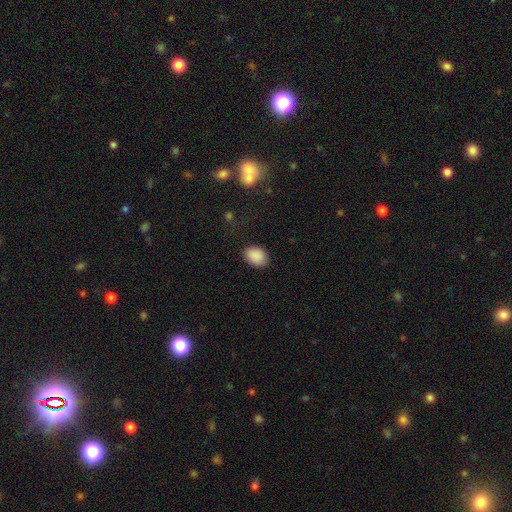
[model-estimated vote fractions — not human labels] This is clearly a smooth galaxy (89%). How rounded: likely in between (70%). Merging: clearly none (82%).